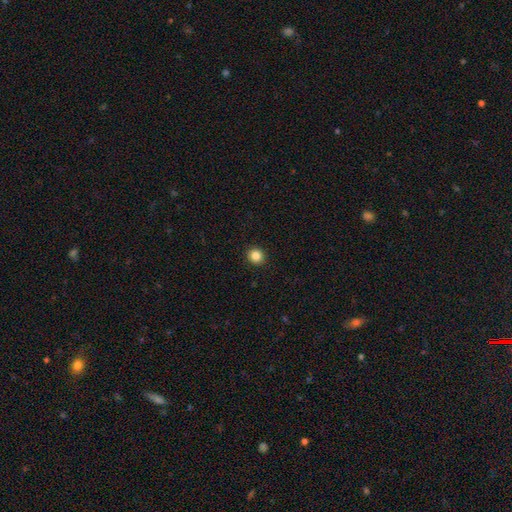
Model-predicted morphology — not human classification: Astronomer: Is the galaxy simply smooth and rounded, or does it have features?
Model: smooth — 86%.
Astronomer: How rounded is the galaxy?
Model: round — 89%.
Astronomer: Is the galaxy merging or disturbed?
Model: none — 93%.